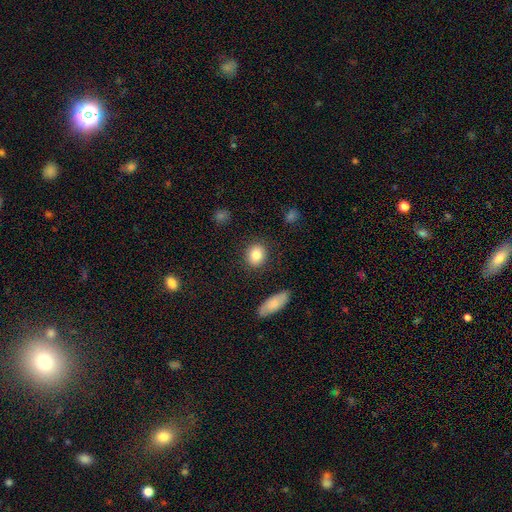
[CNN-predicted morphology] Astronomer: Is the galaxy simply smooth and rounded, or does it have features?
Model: smooth — 85%.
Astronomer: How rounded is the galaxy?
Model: round — 63%.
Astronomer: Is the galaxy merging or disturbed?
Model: none — 87%.